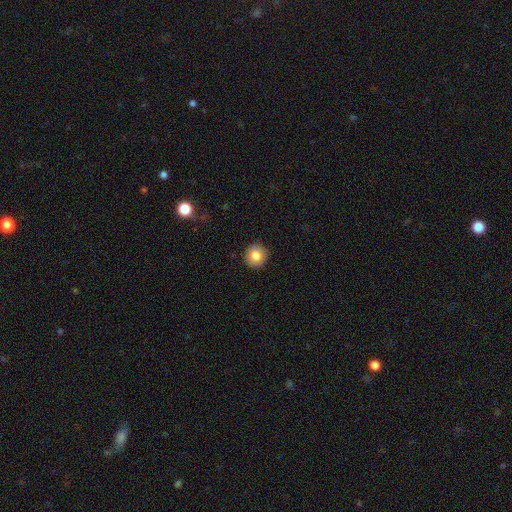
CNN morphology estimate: A smooth galaxy with no disk features (83%) that is round (92%).

Vote fractions:
- Smooth or featured? smooth: 83% / star or artifact: 9% / featured or disk: 8%
- How rounded? round: 92% / in between: 7% / cigar-shaped: 1%
- Merging? none: 91% / minor disturbance: 7% / major disturbance: 2% / merger: 1%